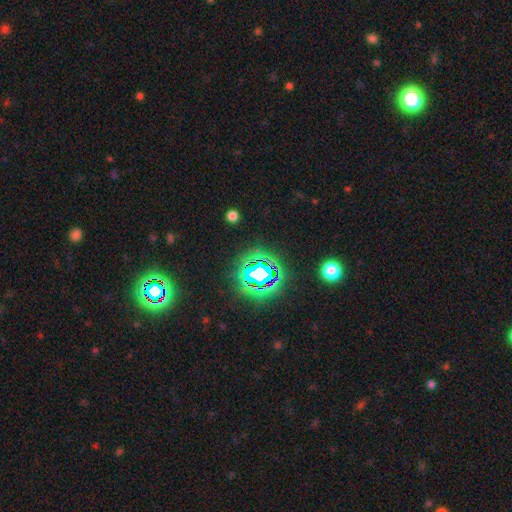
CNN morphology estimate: Q: Smooth or featured?
A: star or artifact (80%); runner-up: smooth (13%)